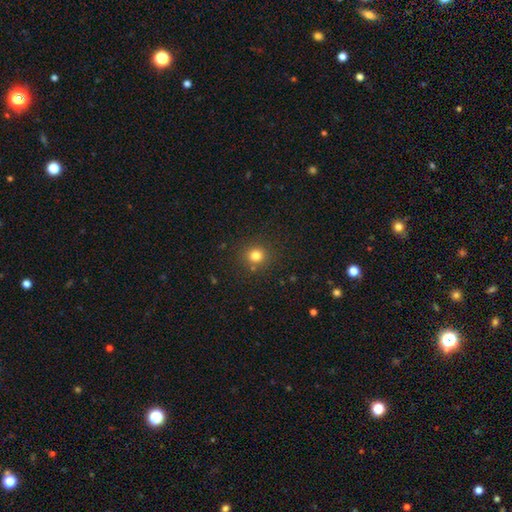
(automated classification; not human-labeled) The model was most divided on "smooth or featured": smooth: 79%, star or artifact: 15%, featured or disk: 6%. More confident: how rounded — round (90%); merging — none (85%).